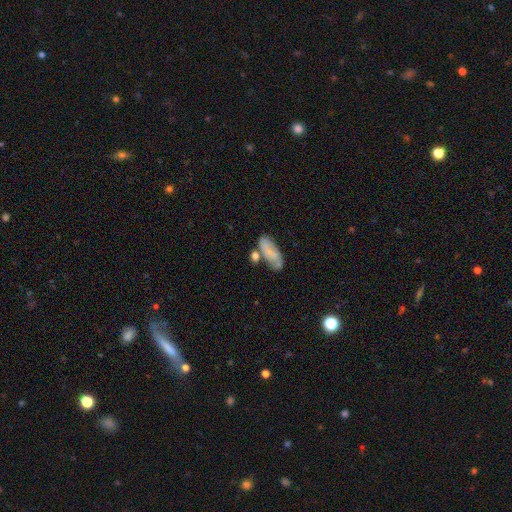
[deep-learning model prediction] Morphology: type=smooth (66%); roundness=in between (74%); merging=none (46%).